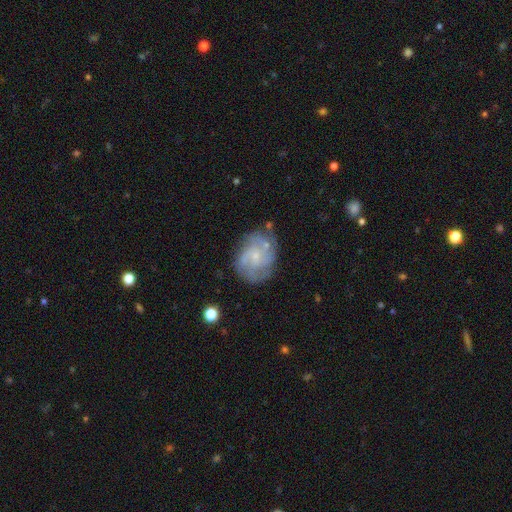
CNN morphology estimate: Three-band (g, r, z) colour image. It shows a featured or disk galaxy (77%) with no bar (67%), medium (43%) spiral arms (90%) and a small central bulge (75%). Merging: none (69%).